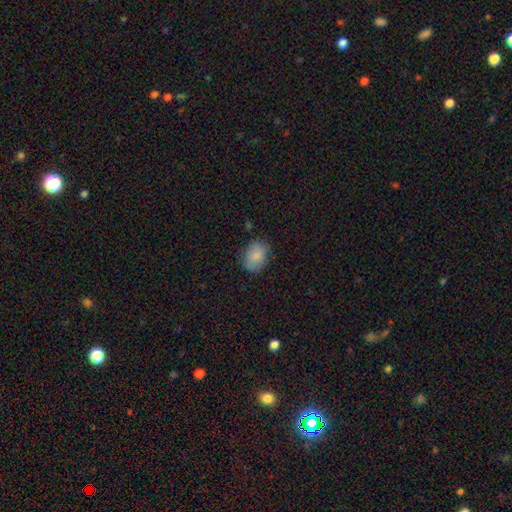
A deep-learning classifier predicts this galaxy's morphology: A smooth galaxy with no disk features (84%) that is in between round and cigar-shaped (68%). Merging: none (77%).